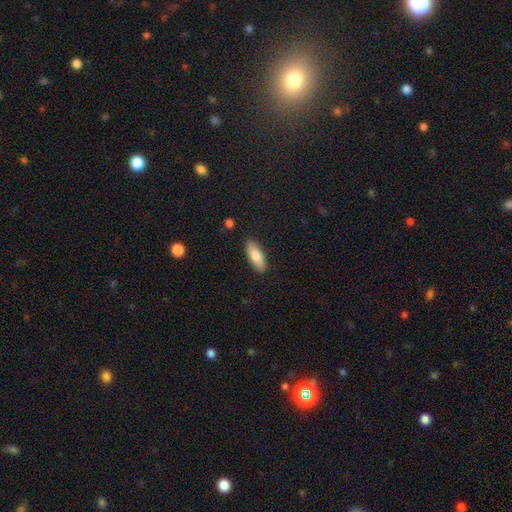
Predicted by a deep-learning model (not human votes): smooth_or_featured: smooth (p=0.81) [alt: featured or disk p=0.14]
how_rounded: in between (p=0.74) [alt: cigar-shaped p=0.24]
merging: none (p=0.89) [alt: minor disturbance p=0.08]